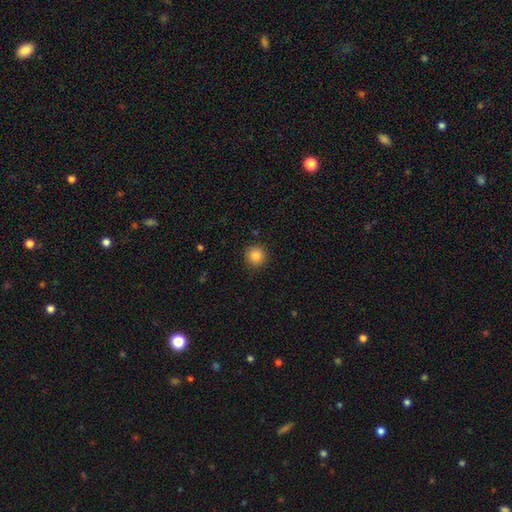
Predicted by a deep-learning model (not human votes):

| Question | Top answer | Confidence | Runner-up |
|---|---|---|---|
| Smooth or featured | smooth | 85% | star or artifact (10%) |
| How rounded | round | 94% | in between (5%) |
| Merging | none | 90% | minor disturbance (7%) |